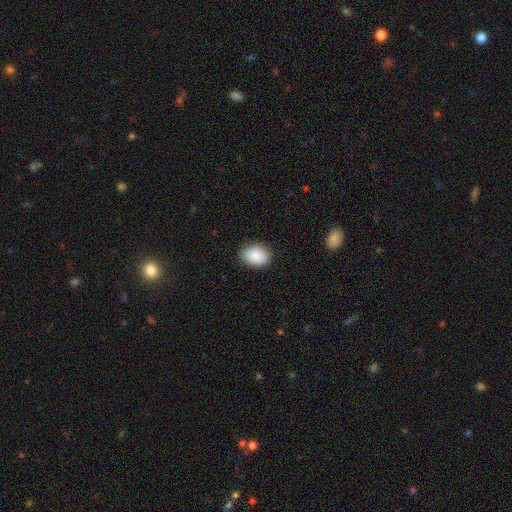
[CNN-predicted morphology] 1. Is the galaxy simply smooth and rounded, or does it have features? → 86% smooth, 7% star or artifact, 7% featured or disk.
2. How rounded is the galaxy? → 71% in between, 27% round, 1% cigar-shaped.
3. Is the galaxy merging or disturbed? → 85% none, 12% minor disturbance, 2% major disturbance, 1% merger.